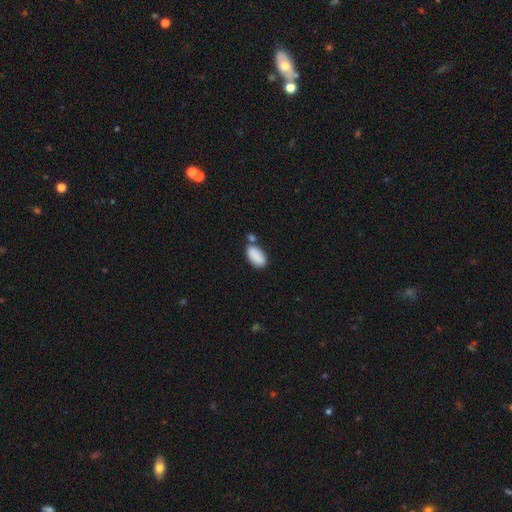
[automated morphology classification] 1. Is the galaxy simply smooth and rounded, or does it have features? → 88% smooth, 7% star or artifact, 5% featured or disk.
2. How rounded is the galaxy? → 95% in between, 3% round, 2% cigar-shaped.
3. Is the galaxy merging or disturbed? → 61% none, 21% merger, 14% minor disturbance, 4% major disturbance.